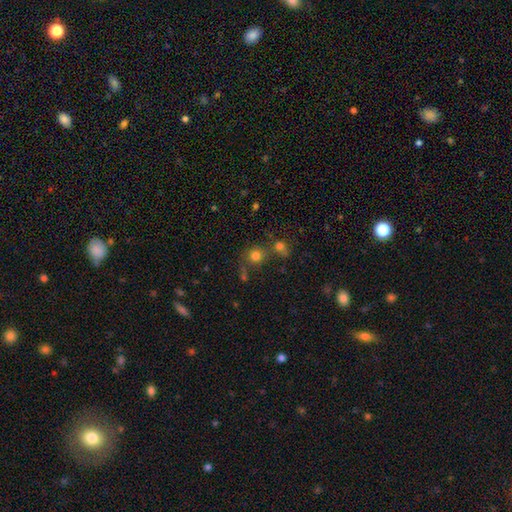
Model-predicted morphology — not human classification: smooth-or-featured: smooth: 75% | star or artifact: 17% | featured or disk: 8%
  how-rounded: round: 87% | in between: 12% | cigar-shaped: 1%
  merging: none: 62% | merger: 23% | minor disturbance: 10% | major disturbance: 5%